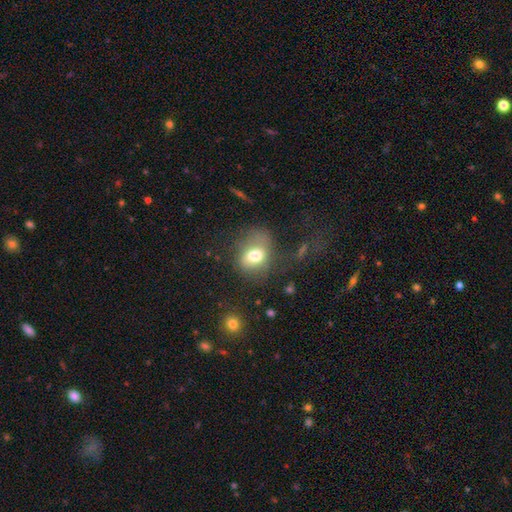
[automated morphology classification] This is likely a smooth galaxy (69%). How rounded: likely in between (63%). Merging: marginally none (43%).